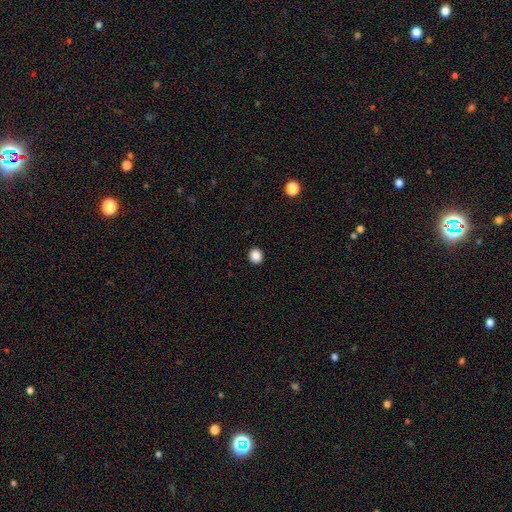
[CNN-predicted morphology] type=smooth (87%); roundness=round (85%); merging=none (93%).